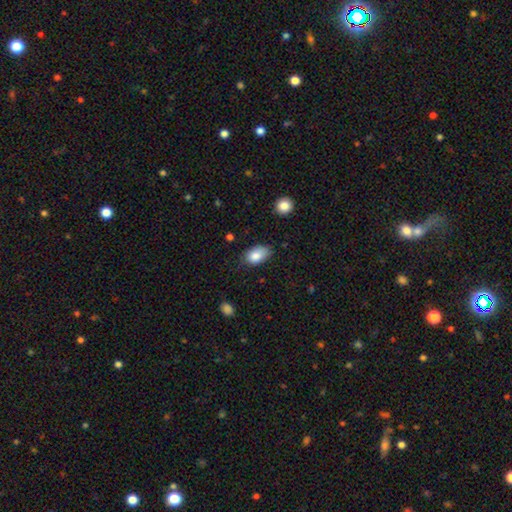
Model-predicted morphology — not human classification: Smooth or featured? Predicted: smooth (p=0.84). How rounded? Predicted: in between (p=0.91). Merging? Predicted: none (p=0.65).